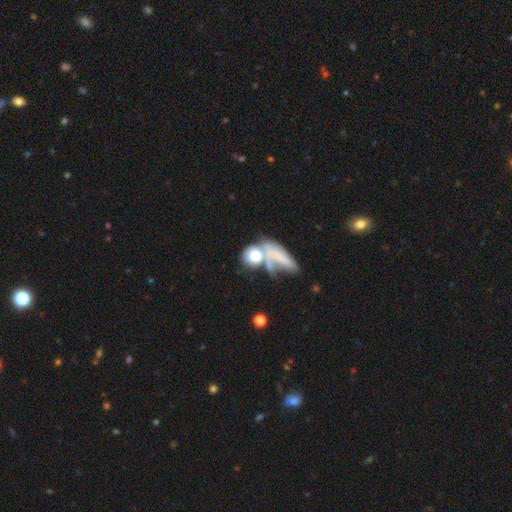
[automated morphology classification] smooth 69%, featured or disk 22%, star or artifact 9%. Down the decision tree: how rounded — round (50%); merging — merger (51%).